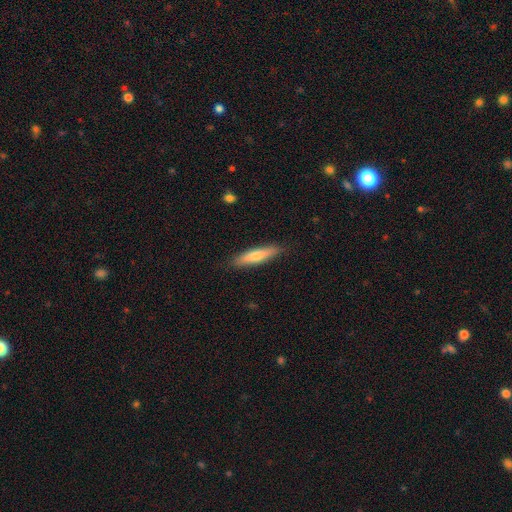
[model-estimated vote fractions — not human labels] Smooth or featured: smooth — 67% (featured or disk — 27%)
How rounded: cigar-shaped — 85% (in between — 13%)
Merging: none — 88% (minor disturbance — 9%)